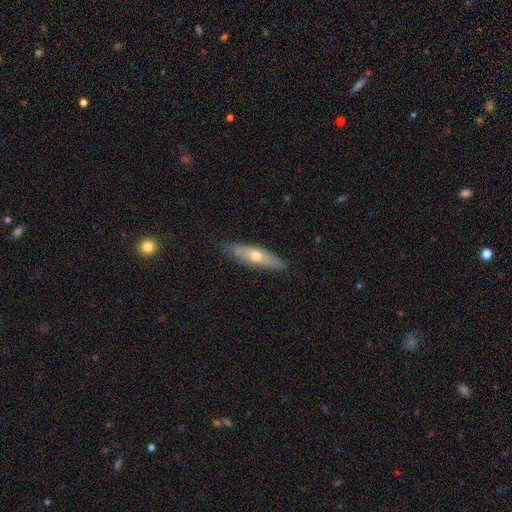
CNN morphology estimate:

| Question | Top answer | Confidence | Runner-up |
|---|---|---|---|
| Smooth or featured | smooth | 52% | featured or disk (42%) |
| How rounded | cigar-shaped | 53% | in between (44%) |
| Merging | none | 78% | minor disturbance (18%) |